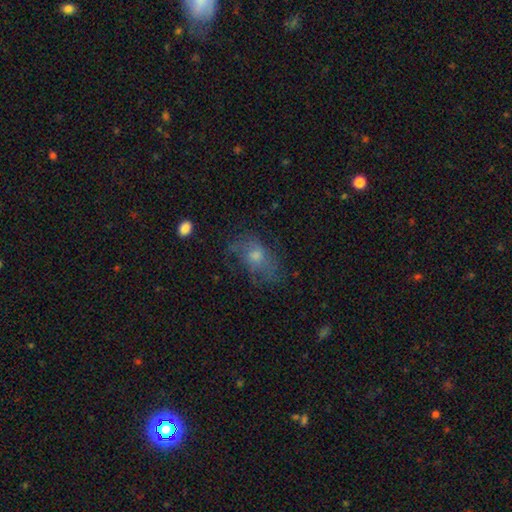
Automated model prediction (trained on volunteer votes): This is marginally a smooth galaxy (41%). Merging: likely none (63%).